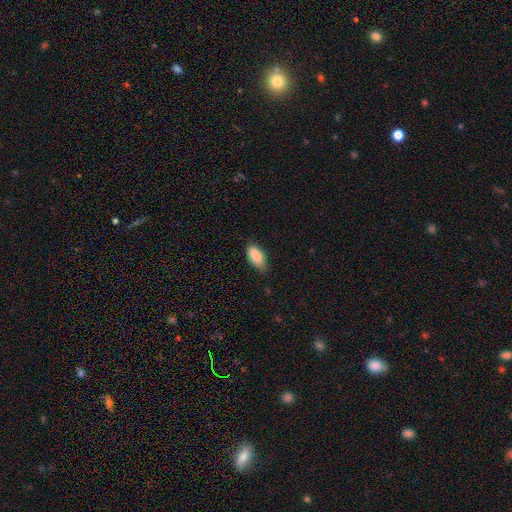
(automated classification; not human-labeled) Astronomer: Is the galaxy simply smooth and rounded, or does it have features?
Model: smooth — 88%.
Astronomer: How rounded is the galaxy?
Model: in between — 92%.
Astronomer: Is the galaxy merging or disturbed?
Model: none — 73%.